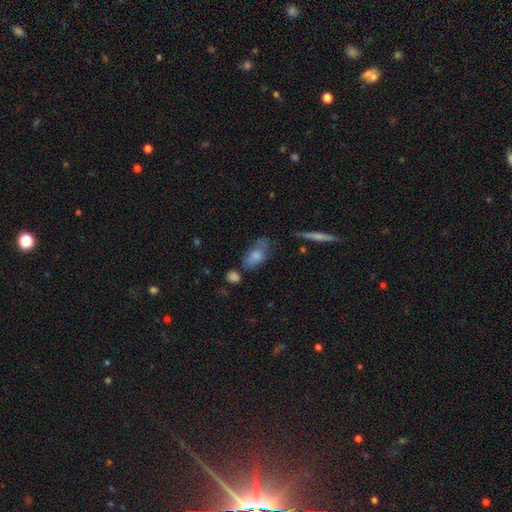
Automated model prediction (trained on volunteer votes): Smooth or featured? Predicted: smooth (p=0.72). How rounded? Predicted: in between (p=0.84). Merging? Predicted: none (p=0.49).